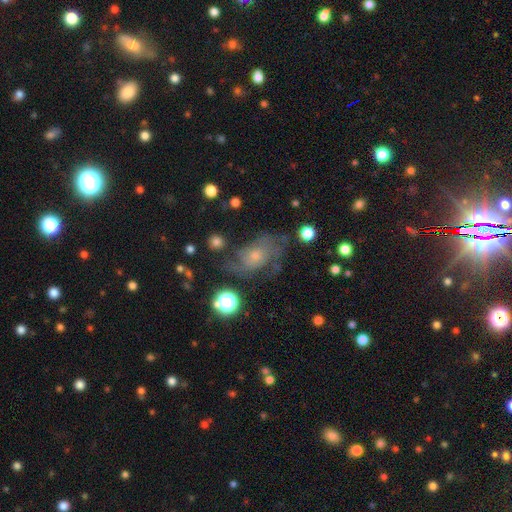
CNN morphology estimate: smooth_or_featured: featured or disk (p=0.65) [alt: smooth p=0.21]
disk_edge_on: no (p=0.96) [alt: yes p=0.04]
bar: no (p=0.77) [alt: weak p=0.19]
has_spiral_arms: yes (p=0.87) [alt: no p=0.13]
spiral_winding: medium (p=0.43) [alt: tight p=0.32]
spiral_arm_count: can't tell (p=0.34) [tied with: 2 p=0.34]
bulge_size: small (p=0.57) [alt: moderate p=0.33]
merging: none (p=0.53) [alt: minor disturbance p=0.23]